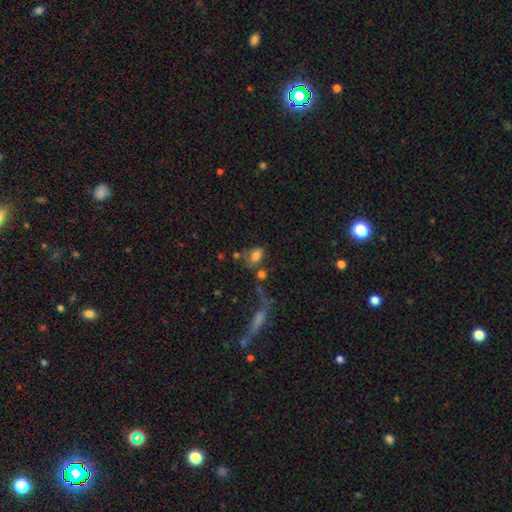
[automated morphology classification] A smooth galaxy with no disk features (76%) that is in between round and cigar-shaped (80%). Merging: none (47%).